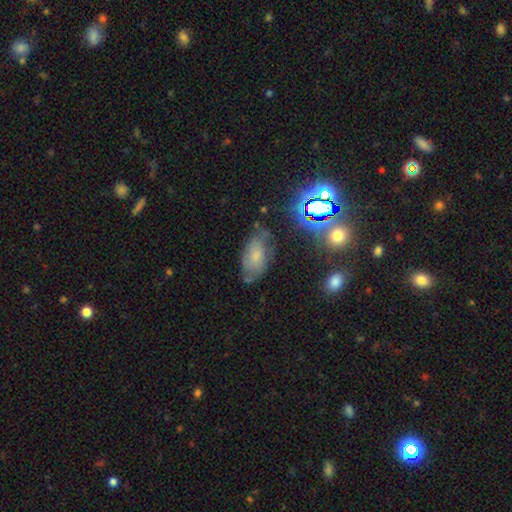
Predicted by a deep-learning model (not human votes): This appears to be a smooth galaxy with no disk features (48%). Merging: none (56%).